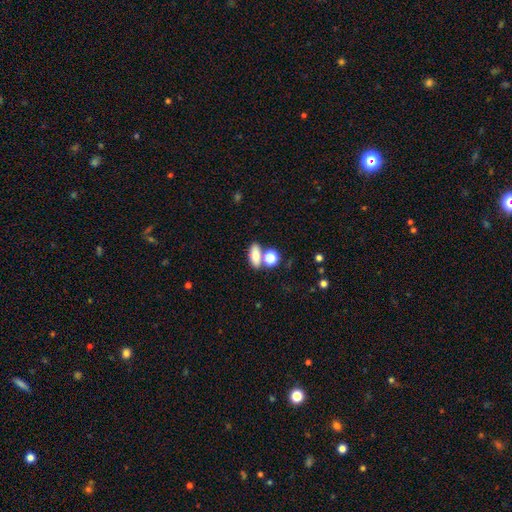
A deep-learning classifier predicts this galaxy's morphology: A smooth galaxy with no disk features (79%) that is in between round and cigar-shaped (76%).

Vote fractions:
- Smooth or featured? smooth: 79% / featured or disk: 11% / star or artifact: 10%
- How rounded? in between: 76% / round: 14% / cigar-shaped: 11%
- Merging? none: 50% / merger: 34% / minor disturbance: 11% / major disturbance: 5%